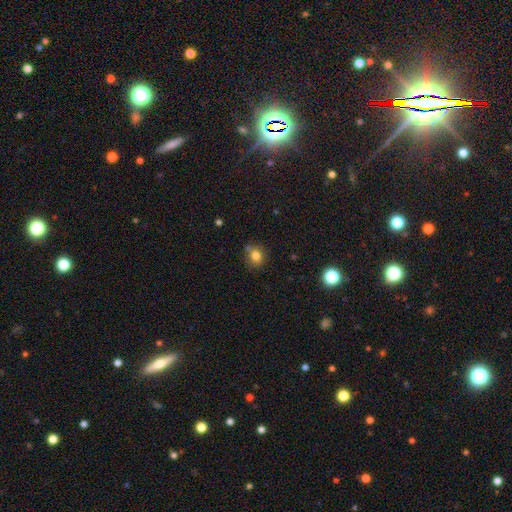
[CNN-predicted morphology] Smooth or featured: smooth — 80% (star or artifact — 12%)
How rounded: round — 72% (in between — 27%)
Merging: none — 68% (minor disturbance — 19%)